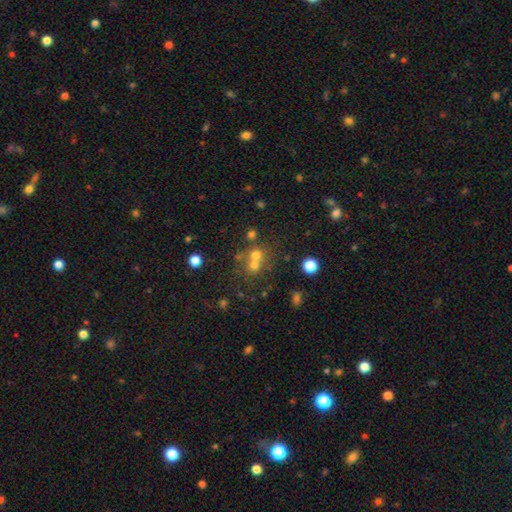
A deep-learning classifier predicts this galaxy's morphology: type=smooth (63%); roundness=round (84%); merging=merger (45%, tied with none).